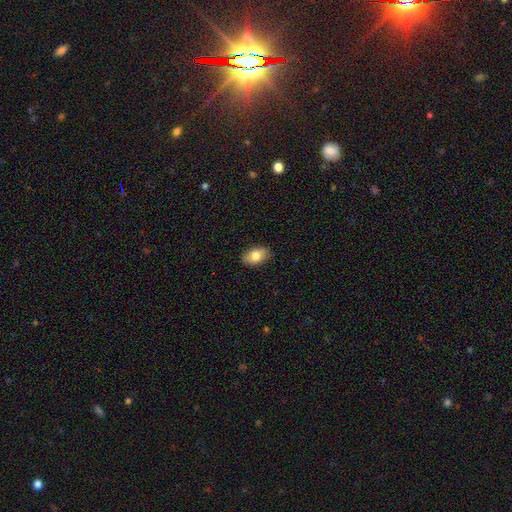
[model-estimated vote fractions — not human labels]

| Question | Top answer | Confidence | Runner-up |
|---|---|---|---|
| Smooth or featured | smooth | 82% | featured or disk (12%) |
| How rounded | in between | 91% | round (7%) |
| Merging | none | 88% | minor disturbance (9%) |